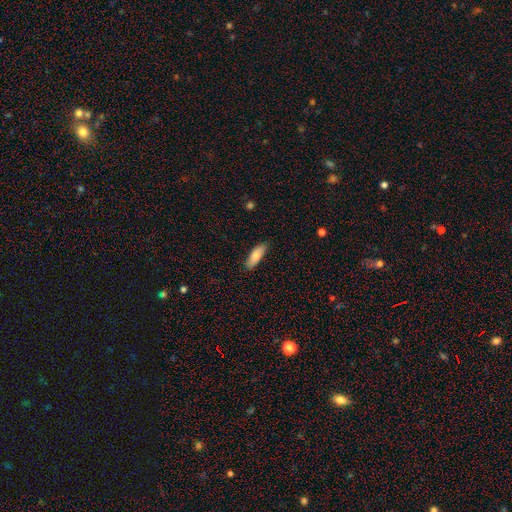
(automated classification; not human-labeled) This appears to be a smooth galaxy with no disk features (84%) that is in between round and cigar-shaped (62%). Merging: none (85%).